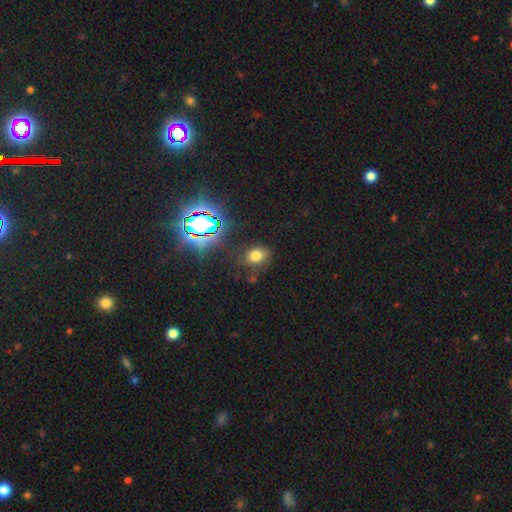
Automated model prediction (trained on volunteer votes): Overall: smooth (68%). How rounded: in between (57%; round 41%). Merging: none (74%).